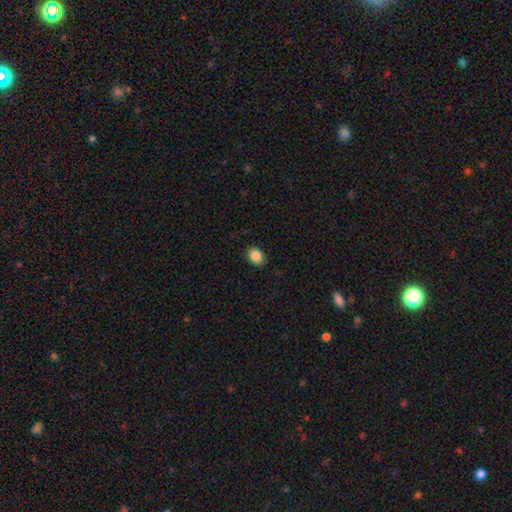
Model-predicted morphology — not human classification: Smooth or featured? Predicted: smooth (p=0.87). How rounded? Predicted: in between (p=0.61). Merging? Predicted: none (p=0.87).